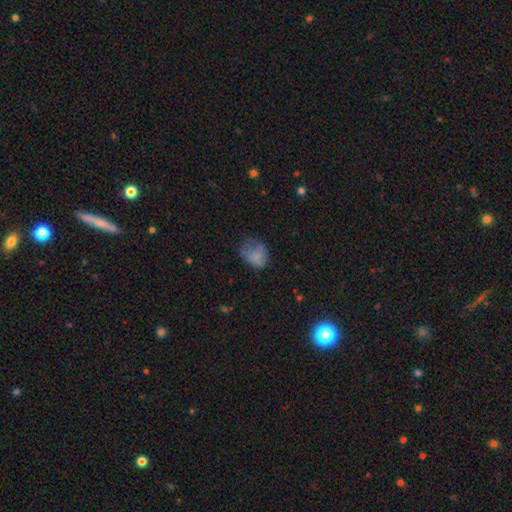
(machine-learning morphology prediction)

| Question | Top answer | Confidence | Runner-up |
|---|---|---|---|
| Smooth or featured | smooth | 72% | featured or disk (17%) |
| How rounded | in between | 62% | round (37%) |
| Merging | none | 43% | minor disturbance (31%) |